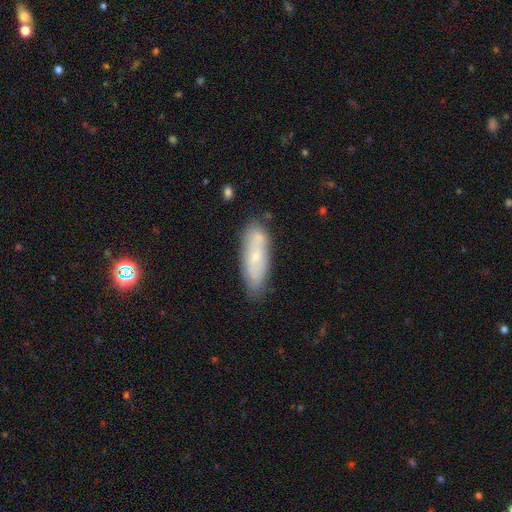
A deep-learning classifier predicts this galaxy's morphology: This is possibly a smooth galaxy (52%). How rounded: possibly in between (51%). Merging: likely none (76%).